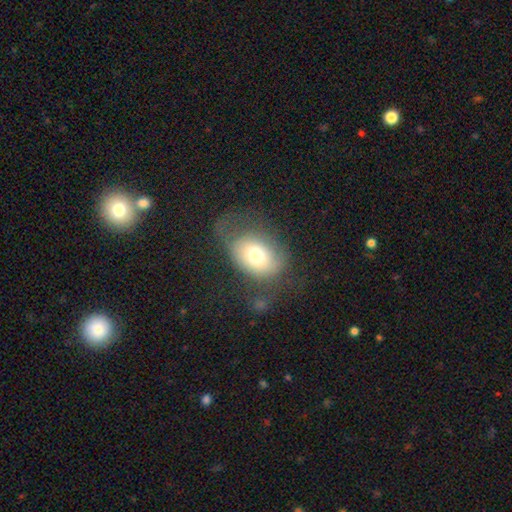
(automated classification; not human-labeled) This is likely a smooth galaxy (65%). How rounded: likely in between (66%). Merging: marginally none (41%).